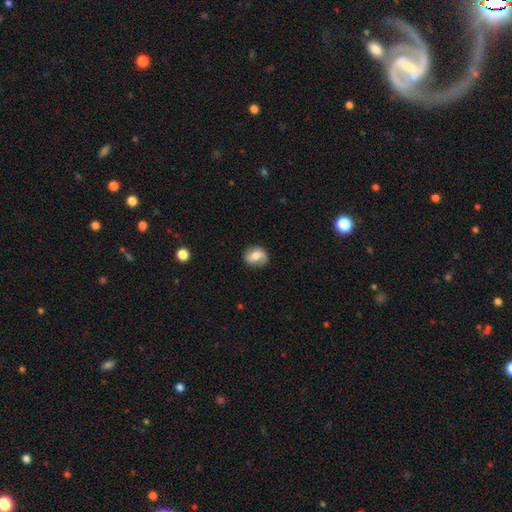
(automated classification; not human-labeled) Smooth or featured: featured or disk — 55% (smooth — 37%)
Edge-on disk: no — 97% (yes — 3%)
Bar: no — 46% (weak — 42%)
Spiral arms: yes — 90% (no — 10%)
Bulge size: moderate — 62% (small — 20%)
Merging: none — 80% (minor disturbance — 15%)